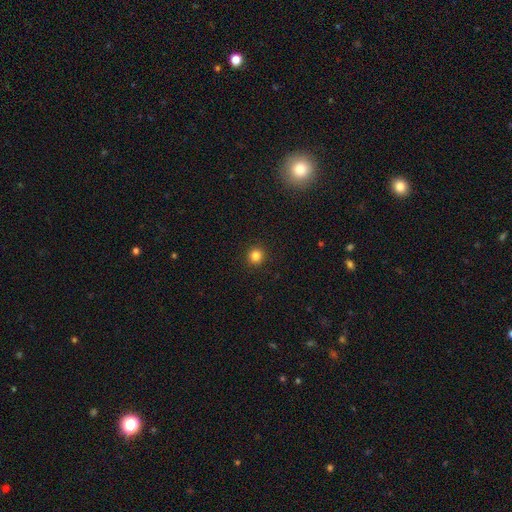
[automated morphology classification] A smooth galaxy with no disk features (84%) that is round (93%).

Vote fractions:
- Smooth or featured? smooth: 84% / star or artifact: 12% / featured or disk: 4%
- How rounded? round: 93% / in between: 6% / cigar-shaped: 1%
- Merging? none: 93% / minor disturbance: 5% / major disturbance: 2% / merger: 1%